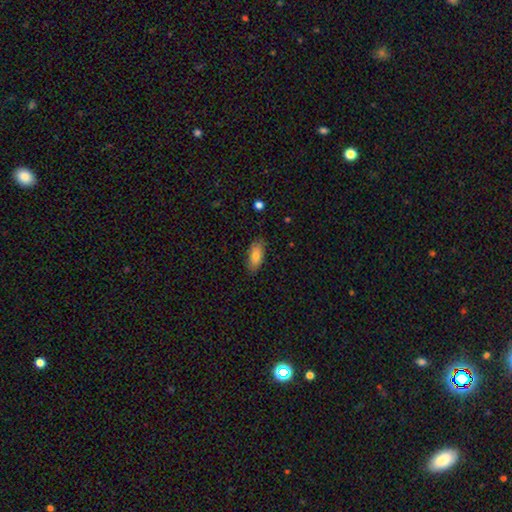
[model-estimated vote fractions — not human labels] A smooth galaxy with no disk features (77%) that is in between round and cigar-shaped (87%). Merging: none (82%).